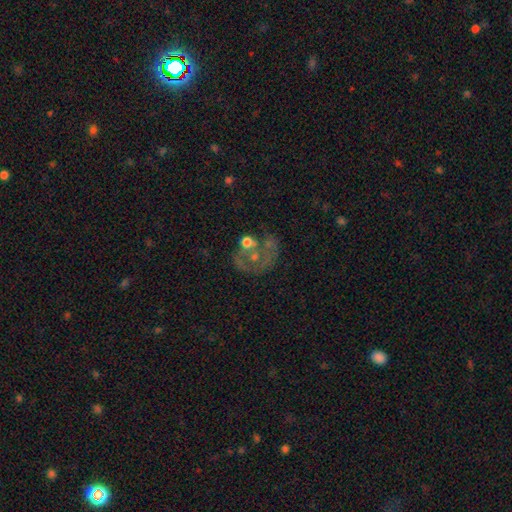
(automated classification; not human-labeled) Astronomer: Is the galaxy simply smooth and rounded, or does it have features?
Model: featured or disk — 54% (runner-up: smooth, 30%).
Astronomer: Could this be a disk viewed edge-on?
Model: no — 98%.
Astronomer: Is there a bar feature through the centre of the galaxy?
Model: no — 91%.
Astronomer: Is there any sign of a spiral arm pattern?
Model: no — 78%.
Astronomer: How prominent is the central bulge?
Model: moderate — 40% (runner-up: none, 29%).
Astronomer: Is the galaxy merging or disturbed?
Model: none — 34% (runner-up: major disturbance, 27%).